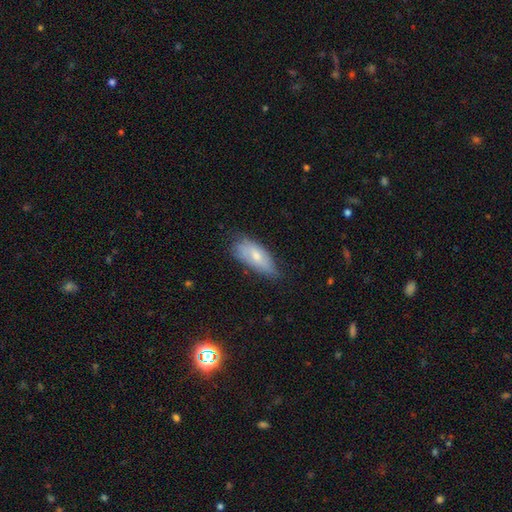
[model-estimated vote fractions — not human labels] Smooth or featured?
  - smooth: 63% *
  - featured or disk: 30%
  - star or artifact: 7%
How rounded?
  - in between: 83% *
  - cigar-shaped: 15%
  - round: 2%
Merging?
  - none: 56% *
  - minor disturbance: 35%
  - major disturbance: 8%
  - merger: 2%